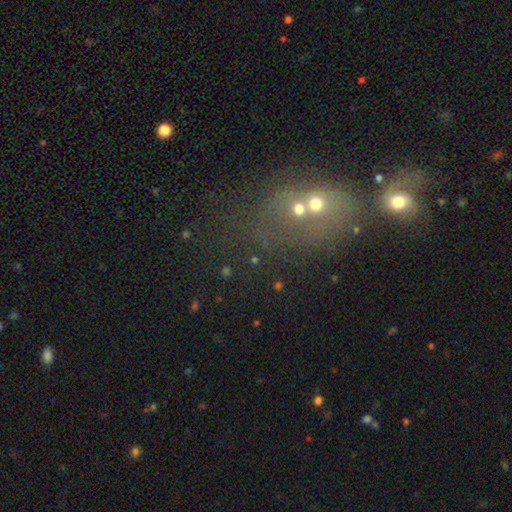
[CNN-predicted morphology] Smooth or featured? Predicted: star or artifact (p=0.45).